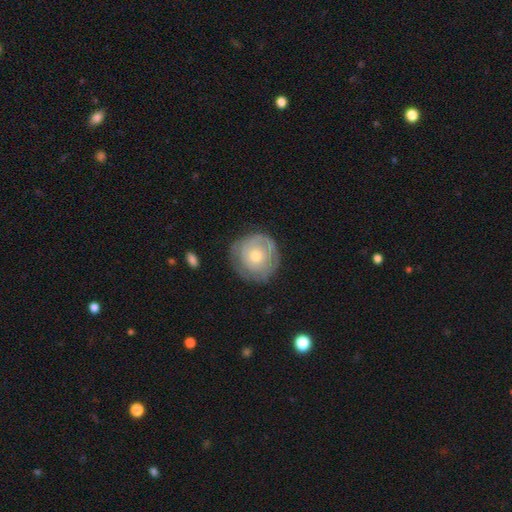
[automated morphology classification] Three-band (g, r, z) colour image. It shows a featured or disk galaxy (47%). Merging: none (70%).